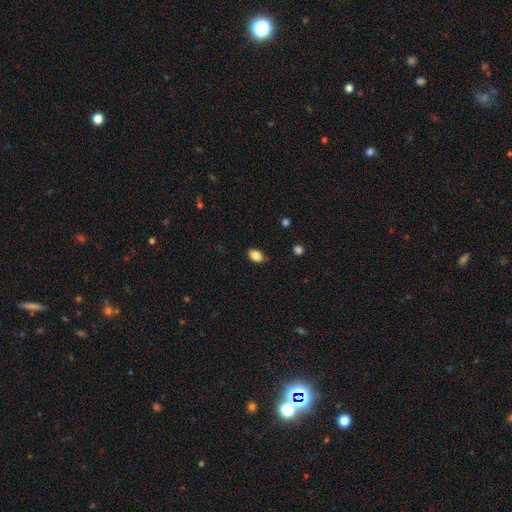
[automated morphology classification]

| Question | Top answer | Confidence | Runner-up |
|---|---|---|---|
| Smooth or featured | smooth | 84% | star or artifact (8%) |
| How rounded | in between | 87% | round (11%) |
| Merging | none | 81% | minor disturbance (16%) |